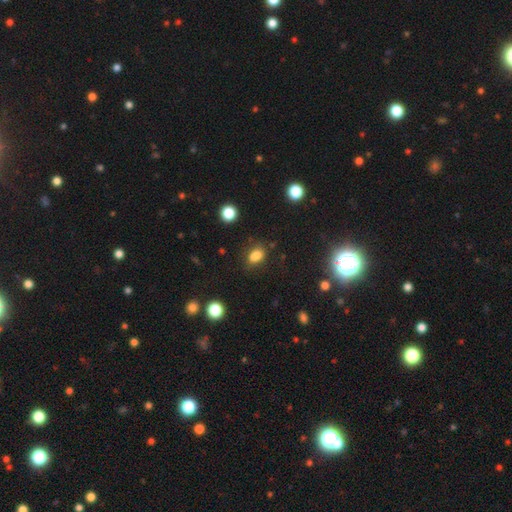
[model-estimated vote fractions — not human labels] A smooth galaxy with no disk features (80%) that is in between round and cigar-shaped (78%). Merging: none (71%).